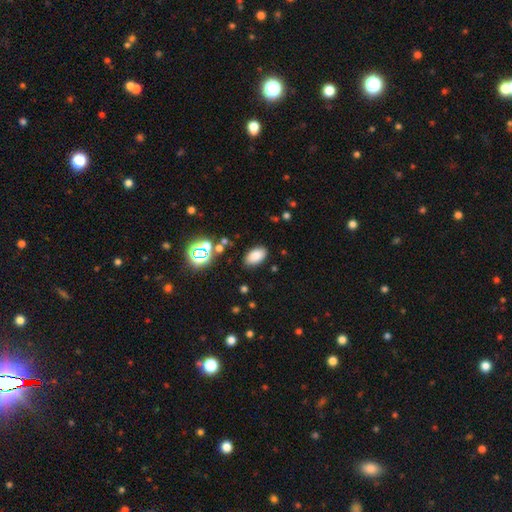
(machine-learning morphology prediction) smooth-or-featured: smooth: 80% | star or artifact: 13% | featured or disk: 7%
  how-rounded: in between: 93% | round: 6% | cigar-shaped: 2%
  merging: none: 85% | minor disturbance: 10% | major disturbance: 3% | merger: 2%